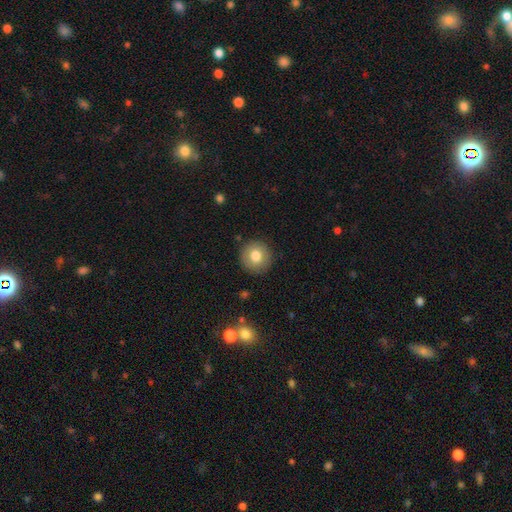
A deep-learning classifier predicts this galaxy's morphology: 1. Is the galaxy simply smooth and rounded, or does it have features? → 78% smooth, 13% featured or disk, 9% star or artifact.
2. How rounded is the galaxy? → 93% round, 6% in between, 1% cigar-shaped.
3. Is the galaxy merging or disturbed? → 89% none, 7% minor disturbance, 2% major disturbance, 1% merger.